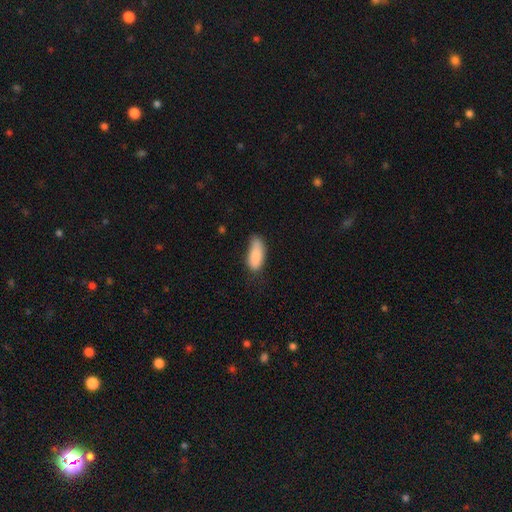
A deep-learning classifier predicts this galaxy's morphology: A smooth galaxy with no disk features (88%) that is in between round and cigar-shaped (82%).

Vote fractions:
- Smooth or featured? smooth: 88% / star or artifact: 7% / featured or disk: 6%
- How rounded? in between: 82% / cigar-shaped: 16% / round: 2%
- Merging? none: 57% / minor disturbance: 33% / major disturbance: 8% / merger: 3%